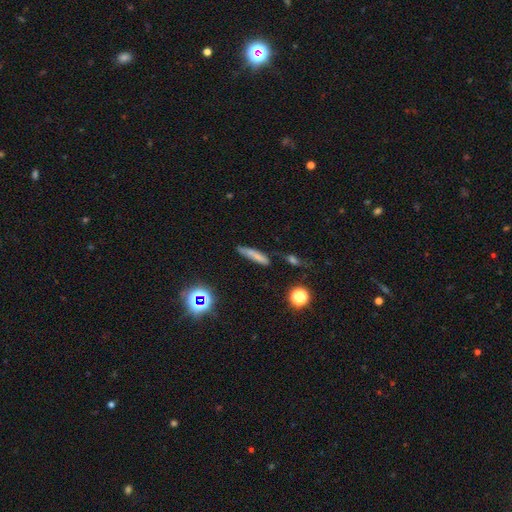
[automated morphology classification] Overall: smooth (68%). How rounded: cigar-shaped (85%). Merging: none (68%).